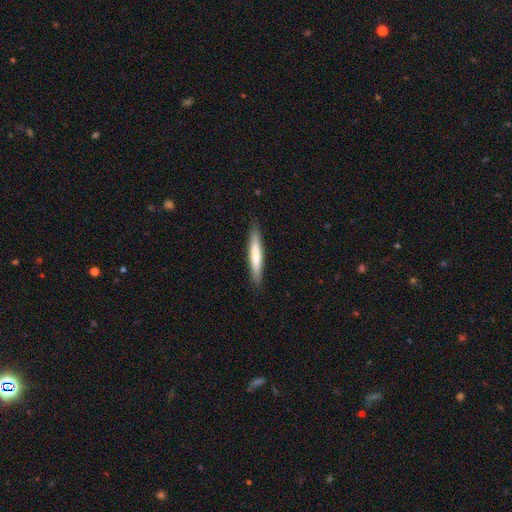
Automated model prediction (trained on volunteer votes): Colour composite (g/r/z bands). It shows a smooth galaxy with no disk features (68%) that is cigar-shaped (93%). Merging: none (89%).